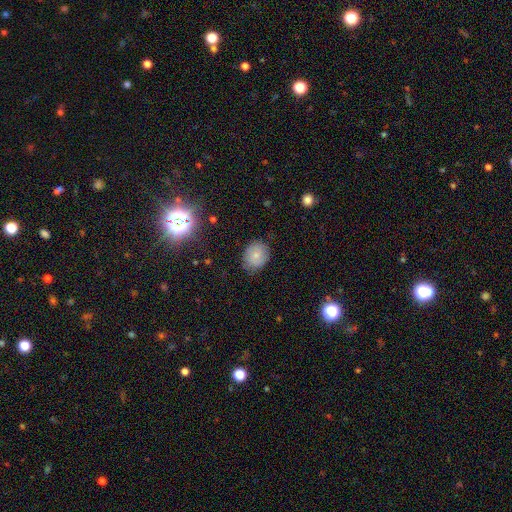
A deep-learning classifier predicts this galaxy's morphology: The model was most divided on "how rounded": round: 61%, in between: 38%, cigar-shaped: 1%. More confident: merging — none (78%); smooth or featured — smooth (72%).